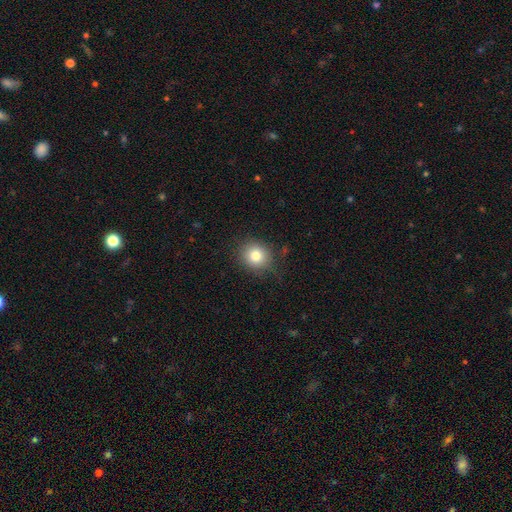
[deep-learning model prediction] Q: Smooth or featured?
A: smooth (80%); runner-up: star or artifact (12%)
Q: How rounded?
A: round (84%); runner-up: in between (15%)
Q: Merging?
A: none (85%); runner-up: minor disturbance (11%)